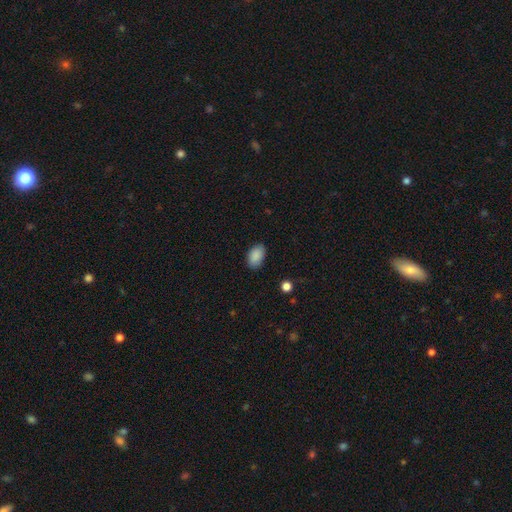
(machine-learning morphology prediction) type=smooth (89%); roundness=in between (91%); merging=none (85%).